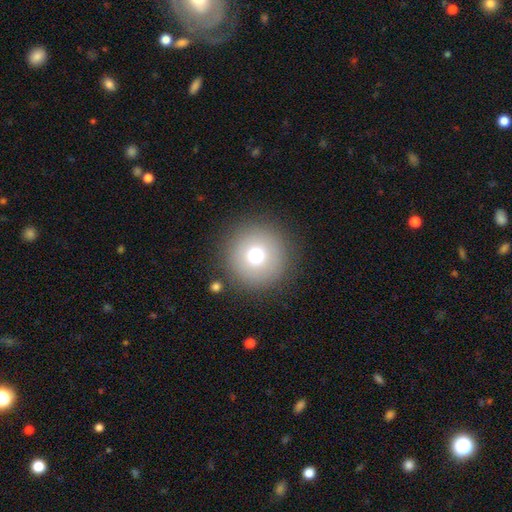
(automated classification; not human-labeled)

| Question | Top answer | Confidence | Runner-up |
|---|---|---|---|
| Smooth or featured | smooth | 73% | featured or disk (14%) |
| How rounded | round | 97% | in between (2%) |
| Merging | none | 89% | minor disturbance (6%) |